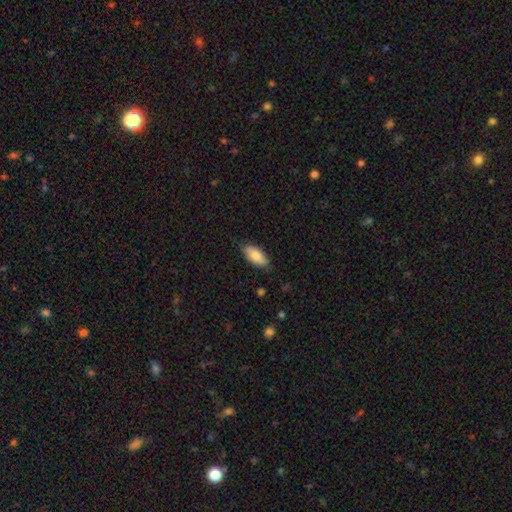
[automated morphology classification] This appears to be a smooth galaxy with no disk features (84%) that is in between round and cigar-shaped (89%). Merging: none (81%).